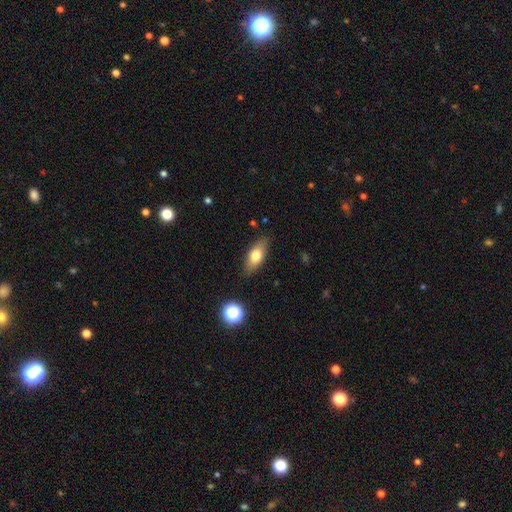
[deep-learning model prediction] smooth 71%, featured or disk 21%, star or artifact 8%. Down the decision tree: how rounded — in between (77%); merging — none (84%).